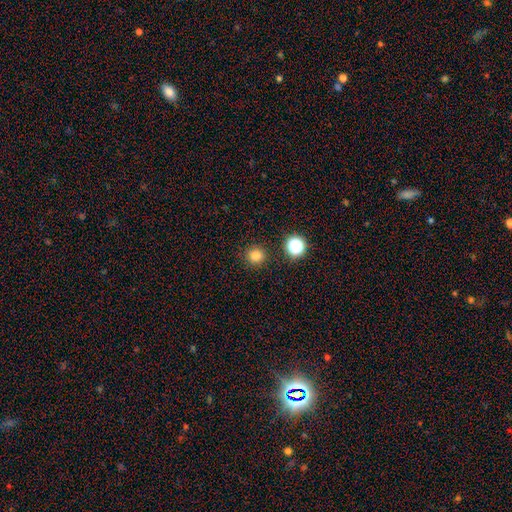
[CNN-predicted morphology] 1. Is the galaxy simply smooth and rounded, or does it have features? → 80% smooth, 15% star or artifact, 5% featured or disk.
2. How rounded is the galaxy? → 94% round, 5% in between, 1% cigar-shaped.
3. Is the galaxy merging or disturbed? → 90% none, 6% minor disturbance, 2% major disturbance, 2% merger.